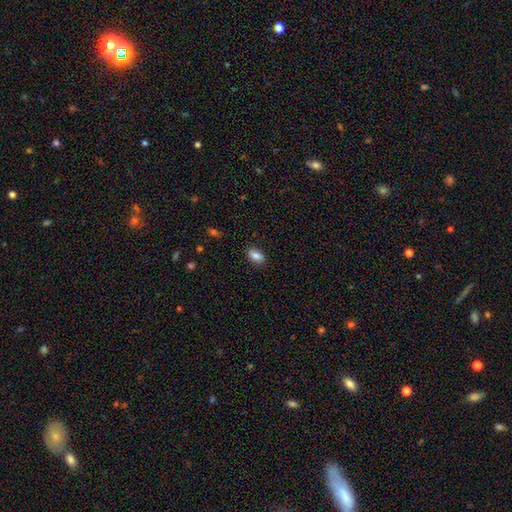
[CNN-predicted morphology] Smooth or featured? Predicted: smooth (p=0.85). How rounded? Predicted: in between (p=0.91). Merging? Predicted: none (p=0.87).